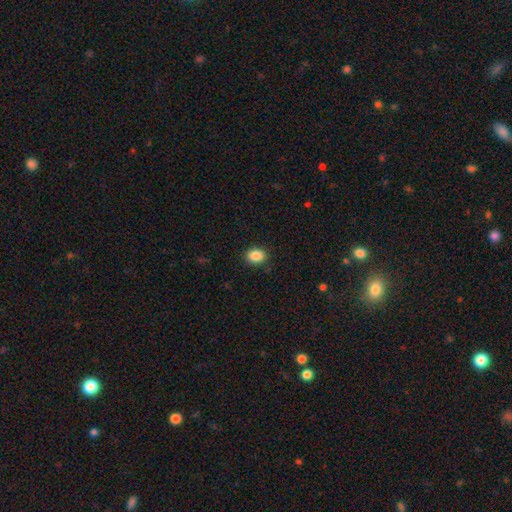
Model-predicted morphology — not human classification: This is clearly a smooth galaxy (88%). How rounded: possibly in between (59%). Merging: clearly none (89%).